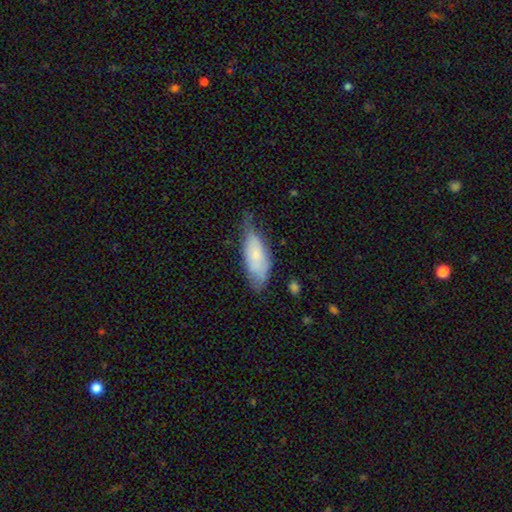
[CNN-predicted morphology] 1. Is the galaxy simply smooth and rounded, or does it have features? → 71% smooth, 23% featured or disk, 6% star or artifact.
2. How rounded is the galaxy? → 76% in between, 22% cigar-shaped, 2% round.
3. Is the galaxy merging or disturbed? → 43% none, 42% minor disturbance, 12% major disturbance, 3% merger.